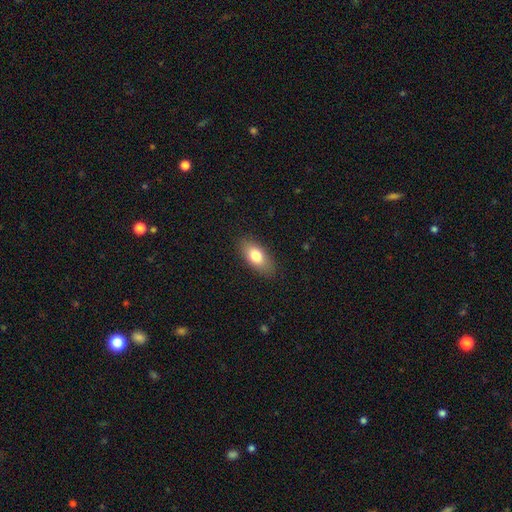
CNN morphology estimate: smooth 77%, featured or disk 16%, star or artifact 7%. Down the decision tree: how rounded — in between (86%); merging — none (87%).